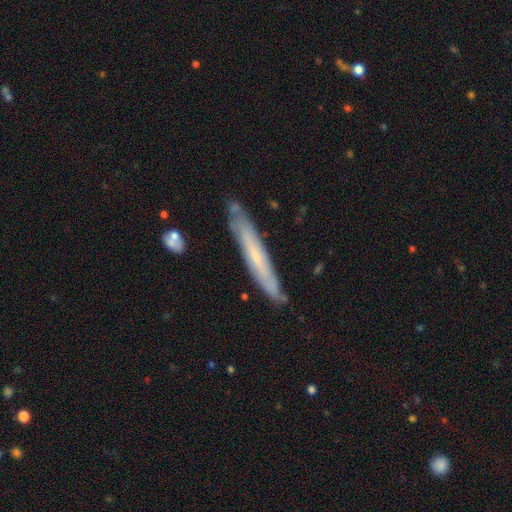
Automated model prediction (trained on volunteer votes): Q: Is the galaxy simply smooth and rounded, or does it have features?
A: featured or disk — 56%.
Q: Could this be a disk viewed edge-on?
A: yes — 75%.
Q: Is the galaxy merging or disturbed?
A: none — 80%.